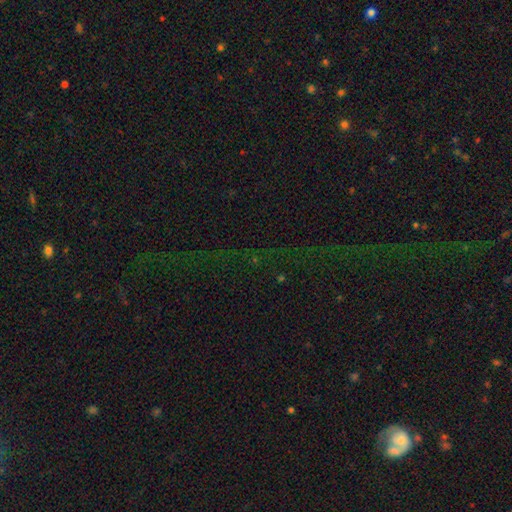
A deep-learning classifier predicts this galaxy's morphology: This appears to be a star or artifact, not a galaxy (74%).